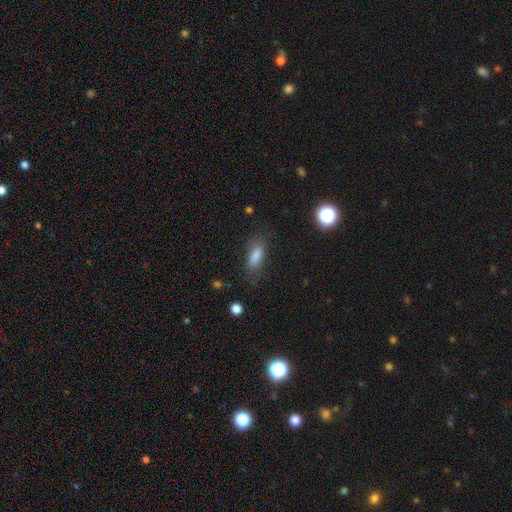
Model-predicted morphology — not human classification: A smooth galaxy with no disk features (78%) that is in between round and cigar-shaped (61%).

Vote fractions:
- Smooth or featured? smooth: 78% / star or artifact: 11% / featured or disk: 11%
- How rounded? in between: 61% / cigar-shaped: 35% / round: 4%
- Merging? none: 75% / minor disturbance: 17% / major disturbance: 6% / merger: 2%